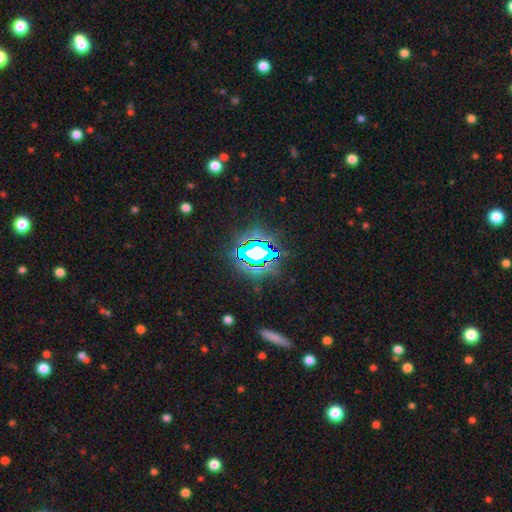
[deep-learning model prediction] Q: Smooth or featured?
A: star or artifact (71%); runner-up: smooth (17%)